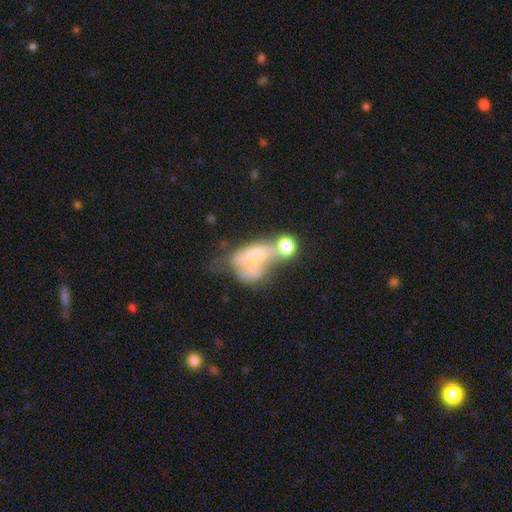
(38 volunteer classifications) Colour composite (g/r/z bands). It shows a smooth galaxy with no disk features (63%) that is in between round and cigar-shaped (75%). Merging: merger (69%).